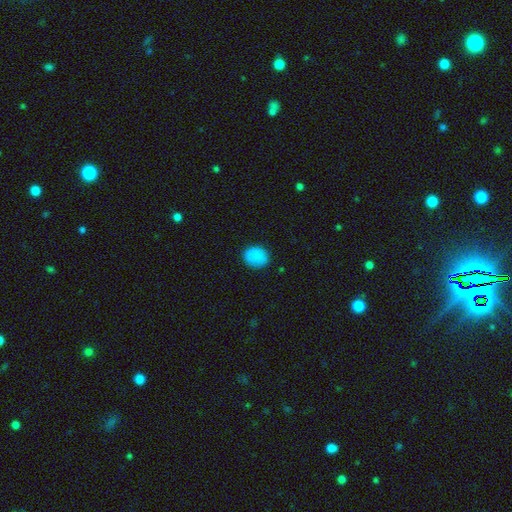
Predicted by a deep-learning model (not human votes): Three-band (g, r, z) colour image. It shows a smooth galaxy with no disk features (86%) that is round (69%). Merging: none (86%).